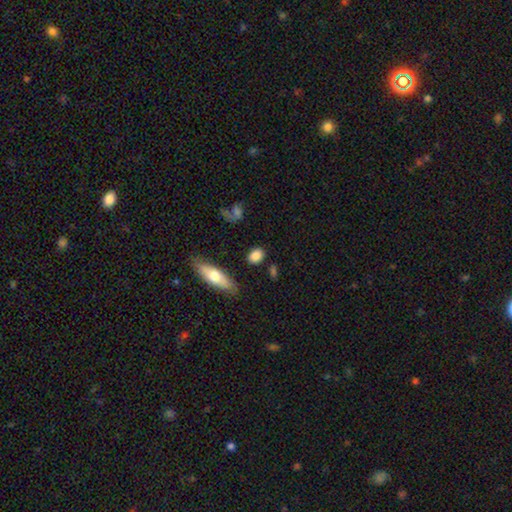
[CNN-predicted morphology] smooth_or_featured: smooth (p=0.84) [alt: featured or disk p=0.08]
how_rounded: in between (p=0.61) [alt: round p=0.33]
merging: none (p=0.82) [alt: minor disturbance p=0.11]